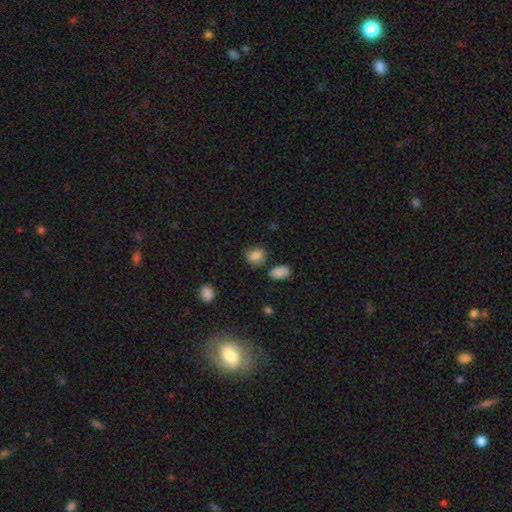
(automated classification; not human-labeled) smooth-or-featured: smooth: 81% | star or artifact: 10% | featured or disk: 9%
  how-rounded: round: 60% | in between: 39% | cigar-shaped: 1%
  merging: none: 72% | minor disturbance: 18% | merger: 5% | major disturbance: 5%